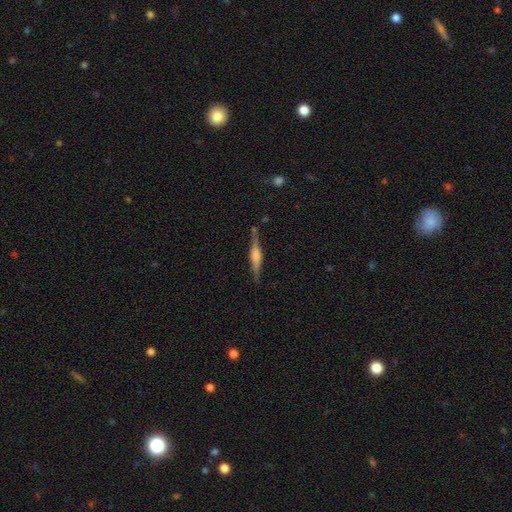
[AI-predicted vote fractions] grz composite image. It shows a featured or disk galaxy (71%) viewed edge-on (97%) with a rounded central bulge (60%). Merging: none (82%).